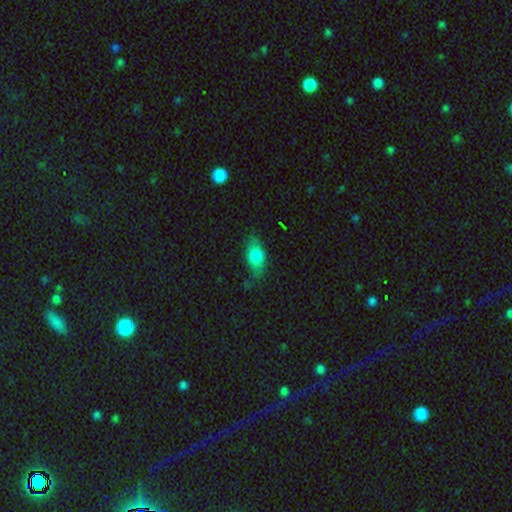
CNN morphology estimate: Q: Smooth or featured?
A: smooth (76%); runner-up: featured or disk (16%)
Q: How rounded?
A: in between (82%); runner-up: round (10%)
Q: Merging?
A: none (62%); runner-up: minor disturbance (25%)